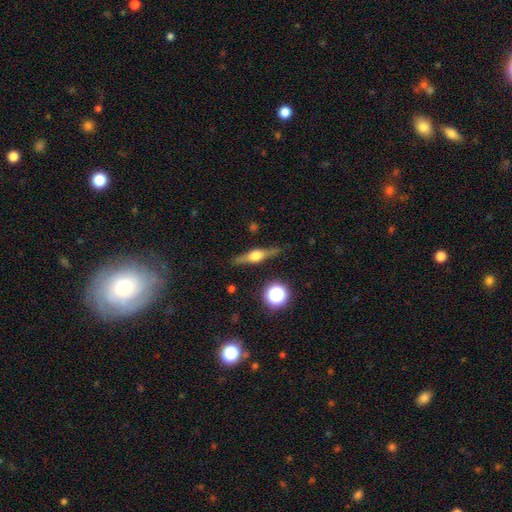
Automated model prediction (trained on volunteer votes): Overall: featured or disk (68%). Edge-on disk: yes (96%). Edge-on bulge: rounded (90%). Merging: none (85%).